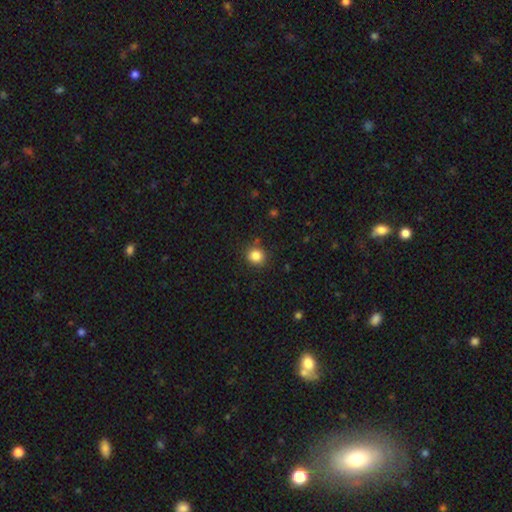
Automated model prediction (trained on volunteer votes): Smooth or featured?
  - smooth: 84% *
  - star or artifact: 11%
  - featured or disk: 4%
How rounded?
  - round: 88% *
  - in between: 11%
  - cigar-shaped: 1%
Merging?
  - none: 87% *
  - minor disturbance: 9%
  - major disturbance: 3%
  - merger: 2%